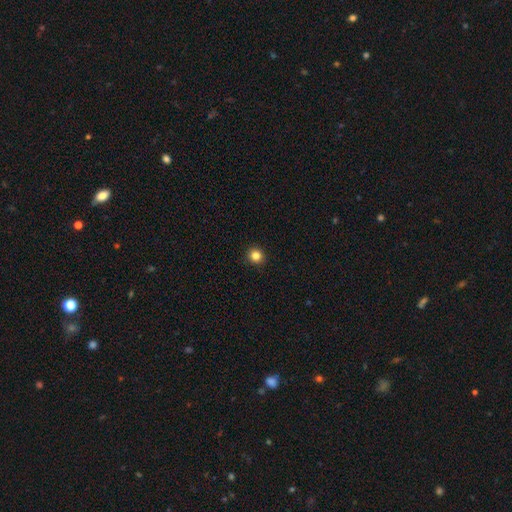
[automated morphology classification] This is clearly a smooth galaxy (84%). How rounded: clearly round (92%). Merging: clearly none (93%).